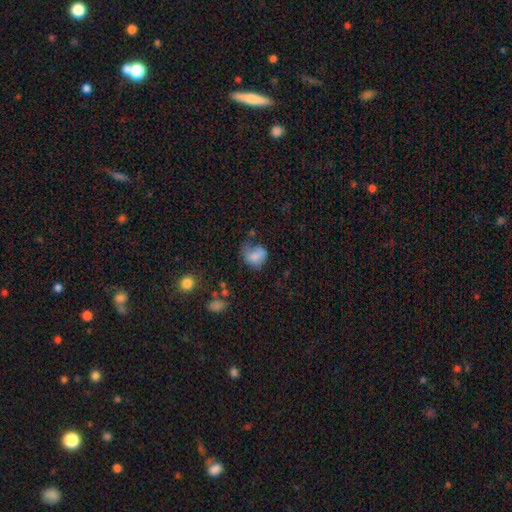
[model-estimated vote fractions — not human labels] Q: Smooth or featured?
A: smooth (71%); runner-up: featured or disk (18%)
Q: How rounded?
A: round (57%); runner-up: in between (42%)
Q: Merging?
A: none (35%); runner-up: minor disturbance (31%)